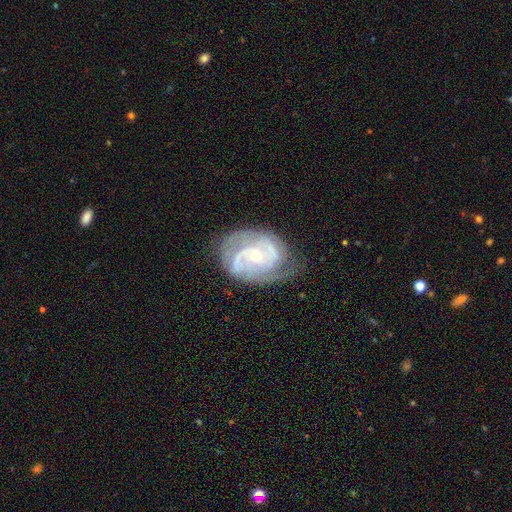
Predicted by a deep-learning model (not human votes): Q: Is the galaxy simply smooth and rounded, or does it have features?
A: featured or disk — 88%.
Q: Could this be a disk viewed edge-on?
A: no — 97%.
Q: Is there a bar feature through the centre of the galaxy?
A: no — 60%.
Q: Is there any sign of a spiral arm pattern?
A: yes — 97%.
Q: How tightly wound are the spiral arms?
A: tight — 55%.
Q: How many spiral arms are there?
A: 2 — 51%.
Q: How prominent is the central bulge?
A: small — 57%.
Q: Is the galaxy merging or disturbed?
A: none — 68%.